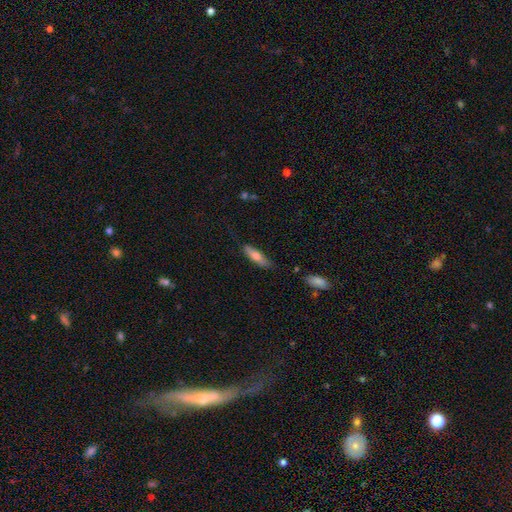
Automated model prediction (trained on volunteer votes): Smooth or featured?
  - smooth: 67% *
  - featured or disk: 27%
  - star or artifact: 6%
How rounded?
  - cigar-shaped: 59% *
  - in between: 39%
  - round: 2%
Merging?
  - none: 75% *
  - minor disturbance: 19%
  - major disturbance: 4%
  - merger: 2%